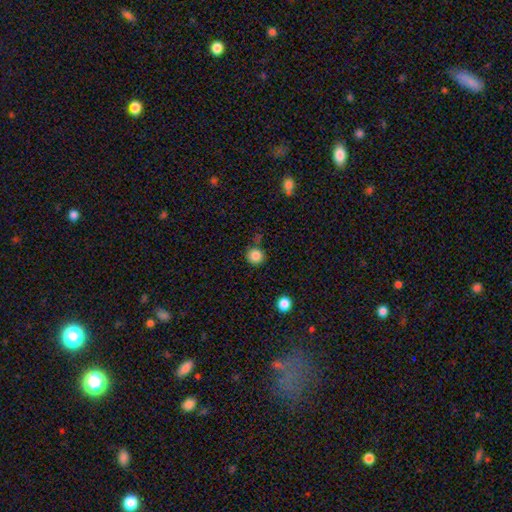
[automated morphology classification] Smooth or featured: smooth — 85% (star or artifact — 11%)
How rounded: round — 93% (in between — 6%)
Merging: none — 78% (minor disturbance — 12%)